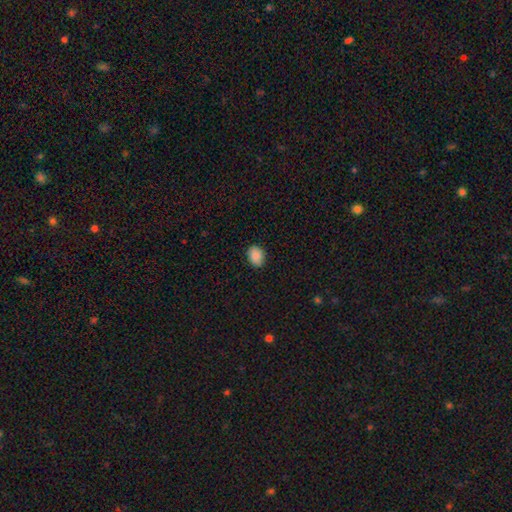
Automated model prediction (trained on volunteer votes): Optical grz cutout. It shows a smooth galaxy with no disk features (89%) that is in between round and cigar-shaped (65%). Merging: none (87%).